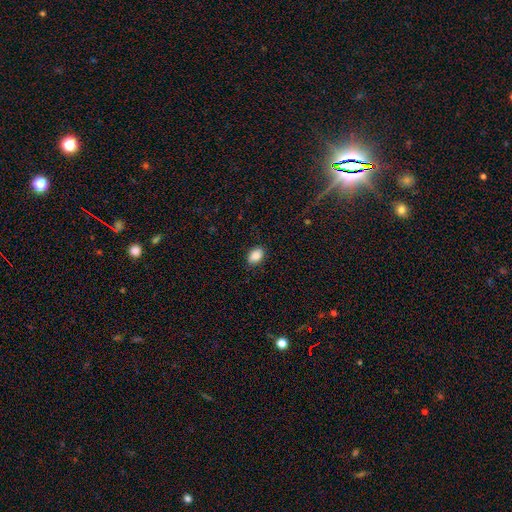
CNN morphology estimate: smooth-or-featured: smooth: 88% | star or artifact: 8% | featured or disk: 4%
  how-rounded: in between: 86% | round: 13% | cigar-shaped: 1%
  merging: none: 86% | minor disturbance: 11% | major disturbance: 2% | merger: 1%